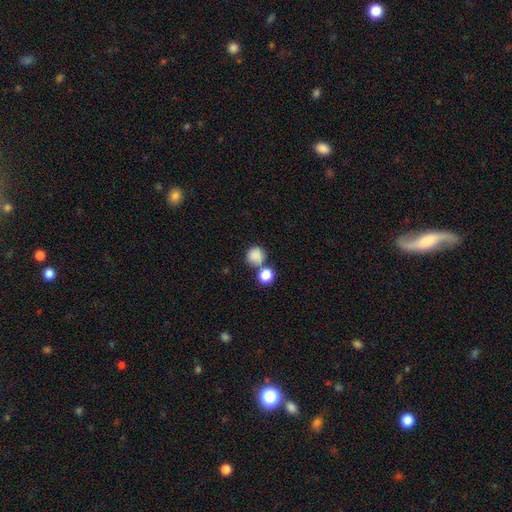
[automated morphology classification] Smooth or featured?
  - smooth: 85% *
  - star or artifact: 10%
  - featured or disk: 5%
How rounded?
  - round: 91% *
  - in between: 8%
  - cigar-shaped: 1%
Merging?
  - none: 62% *
  - merger: 25%
  - minor disturbance: 9%
  - major disturbance: 4%